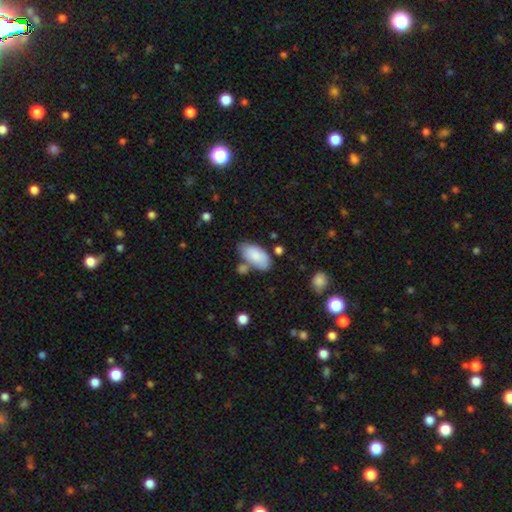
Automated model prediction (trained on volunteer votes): Smooth or featured?
  - smooth: 84% *
  - featured or disk: 10%
  - star or artifact: 6%
How rounded?
  - in between: 94% *
  - cigar-shaped: 4%
  - round: 2%
Merging?
  - none: 62% *
  - minor disturbance: 20%
  - merger: 13%
  - major disturbance: 5%